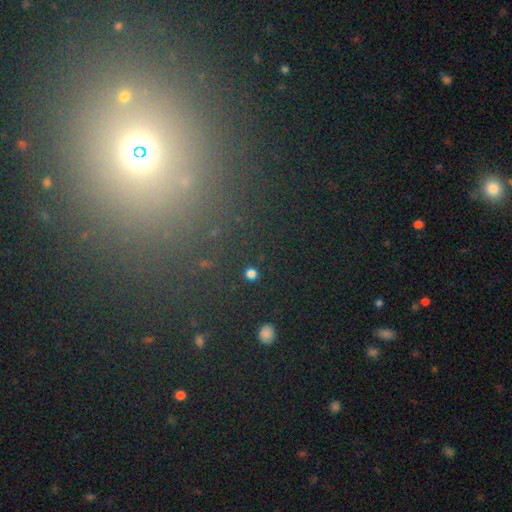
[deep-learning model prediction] A star or artifact, not a galaxy (60%).